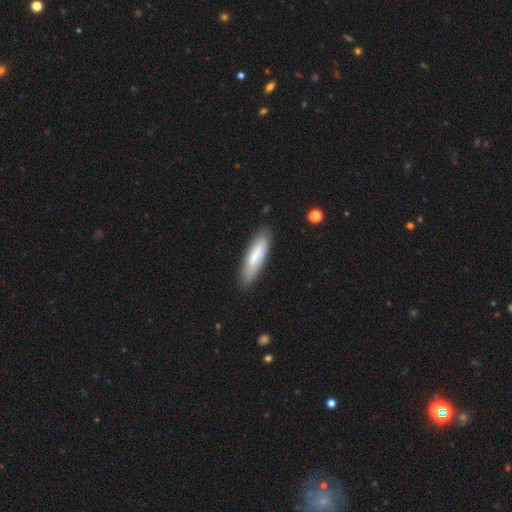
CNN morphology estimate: Q: Smooth or featured?
A: smooth (74%); runner-up: featured or disk (20%)
Q: How rounded?
A: cigar-shaped (69%); runner-up: in between (30%)
Q: Merging?
A: none (83%); runner-up: minor disturbance (13%)